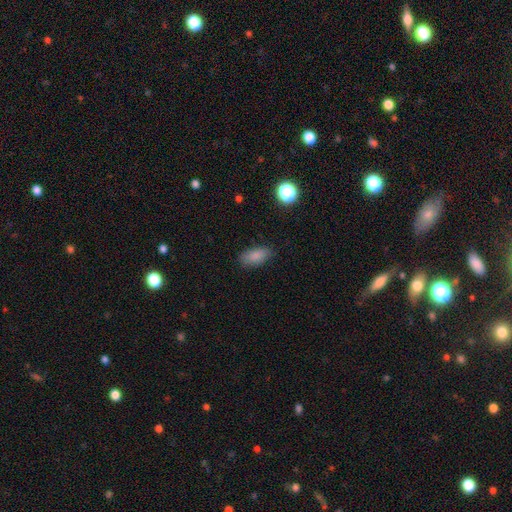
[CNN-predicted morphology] smooth-or-featured: smooth: 85% | star or artifact: 9% | featured or disk: 6%
  how-rounded: in between: 90% | cigar-shaped: 5% | round: 5%
  merging: none: 80% | minor disturbance: 15% | major disturbance: 4% | merger: 1%